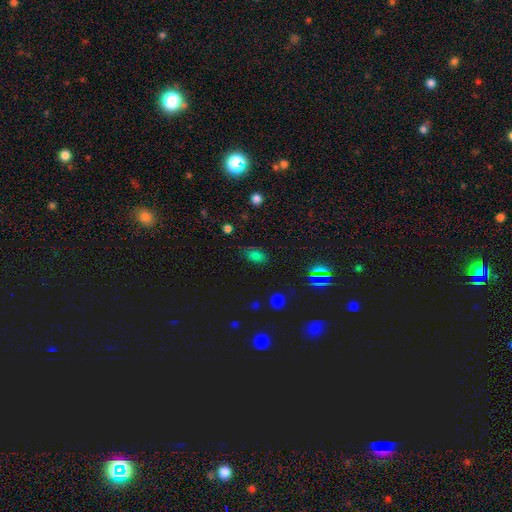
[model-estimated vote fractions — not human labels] Smooth or featured: smooth — 68% (star or artifact — 24%)
How rounded: in between — 86% (round — 11%)
Merging: none — 76% (minor disturbance — 17%)